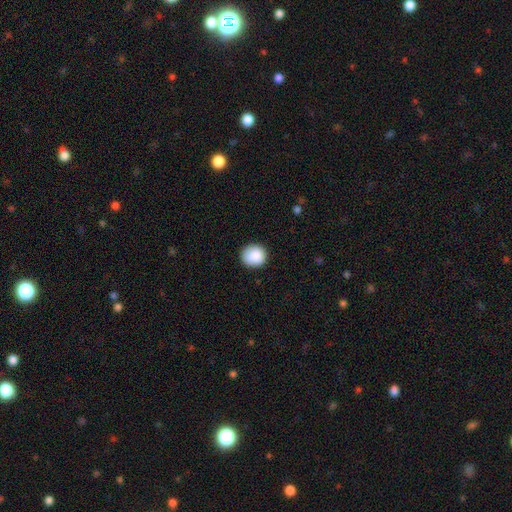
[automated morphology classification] smooth_or_featured: smooth (p=0.88) [alt: star or artifact p=0.08]
how_rounded: round (p=0.89) [alt: in between p=0.10]
merging: none (p=0.87) [alt: minor disturbance p=0.10]